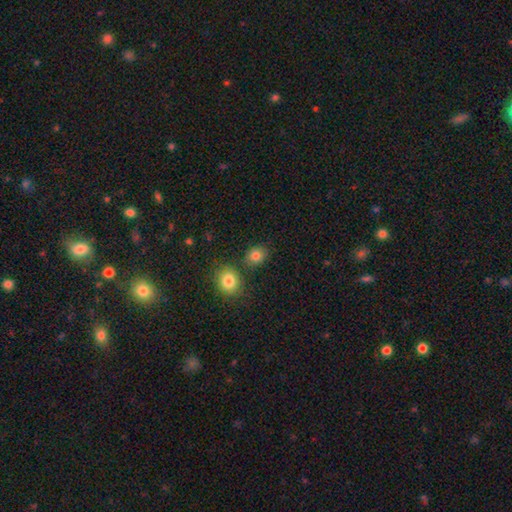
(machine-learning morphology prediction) smooth 82%, star or artifact 12%, featured or disk 6%. Down the decision tree: how rounded — round (65%); merging — none (77%).